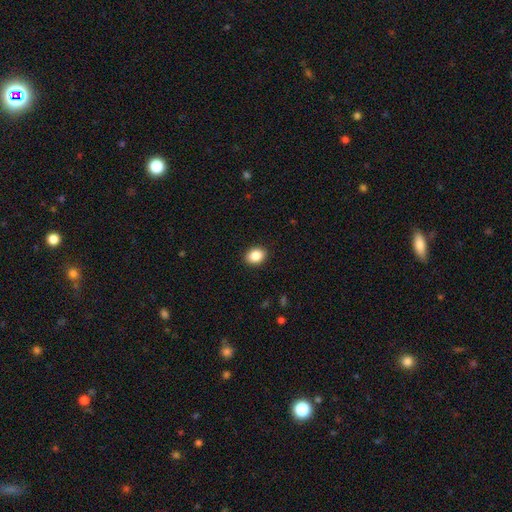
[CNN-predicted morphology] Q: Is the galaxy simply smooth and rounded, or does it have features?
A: smooth — 87%.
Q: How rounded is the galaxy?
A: in between — 62%.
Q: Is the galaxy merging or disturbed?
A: none — 91%.